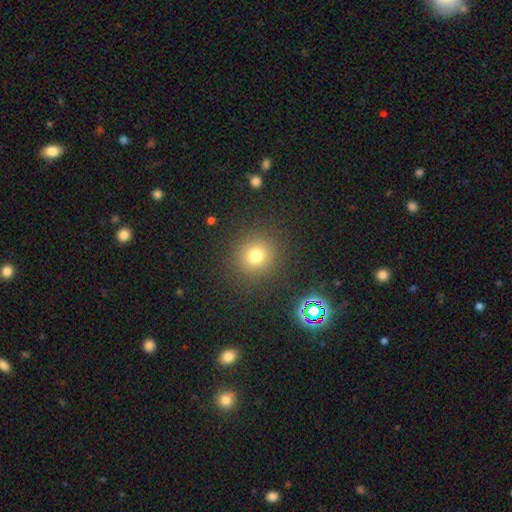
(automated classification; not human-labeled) smooth-or-featured: smooth: 75% | star or artifact: 18% | featured or disk: 8%
  how-rounded: round: 91% | in between: 8% | cigar-shaped: 1%
  merging: none: 89% | minor disturbance: 6% | major disturbance: 3% | merger: 2%